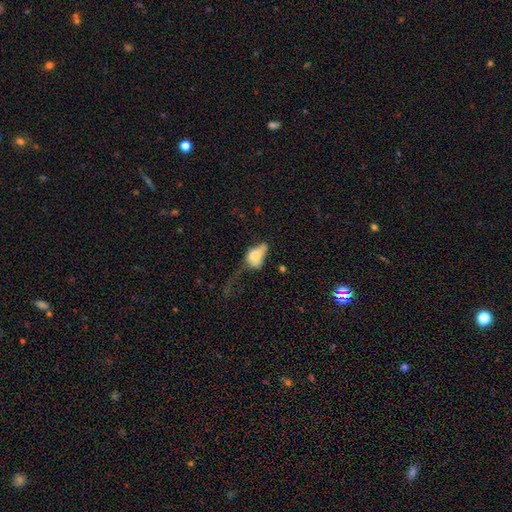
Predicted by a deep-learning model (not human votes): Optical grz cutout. It shows a smooth galaxy with no disk features (69%) that is in between round and cigar-shaped (80%). Merging: major disturbance (46%).